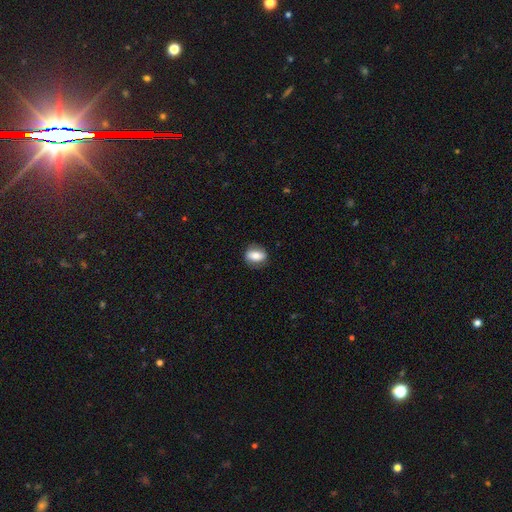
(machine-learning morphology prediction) Q: Smooth or featured?
A: smooth (60%); runner-up: featured or disk (33%)
Q: How rounded?
A: in between (67%); runner-up: round (29%)
Q: Merging?
A: none (82%); runner-up: minor disturbance (13%)